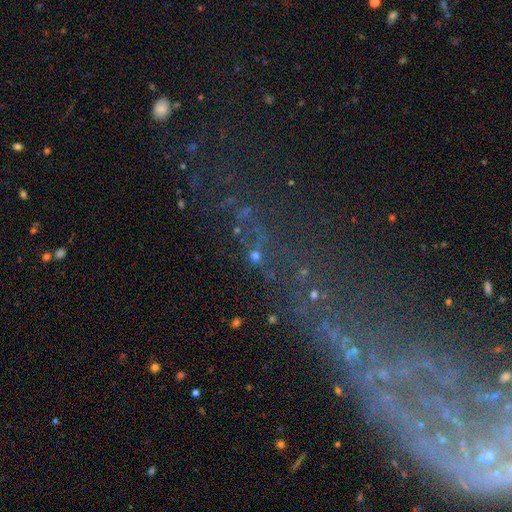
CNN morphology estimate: Overall: star or artifact (51%; smooth 29%).